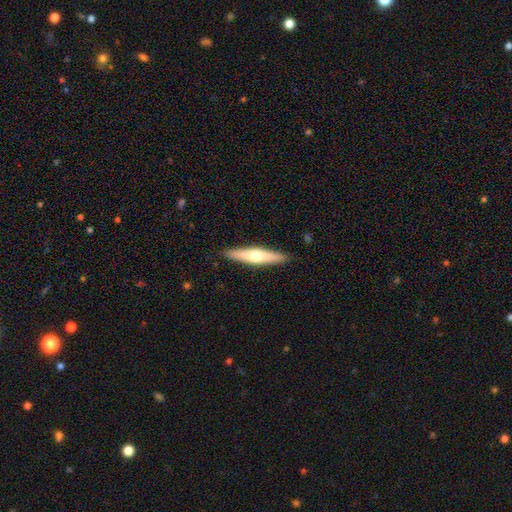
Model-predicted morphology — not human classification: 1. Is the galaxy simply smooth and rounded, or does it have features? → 49% smooth, 46% featured or disk, 5% star or artifact.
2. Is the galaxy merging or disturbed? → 90% none, 7% minor disturbance, 1% major disturbance, 1% merger.